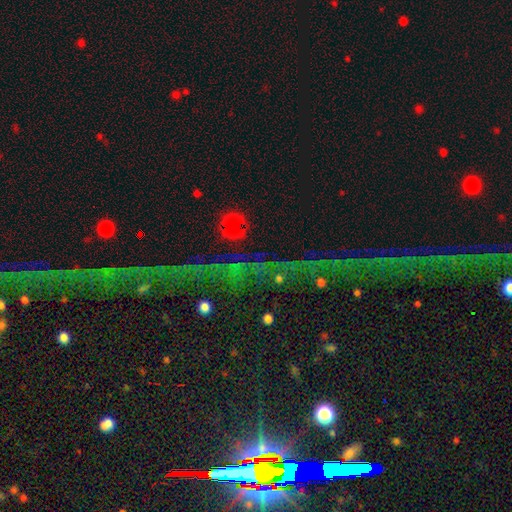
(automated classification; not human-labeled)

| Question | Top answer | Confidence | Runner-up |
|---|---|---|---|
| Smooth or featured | star or artifact | 75% | smooth (13%) |